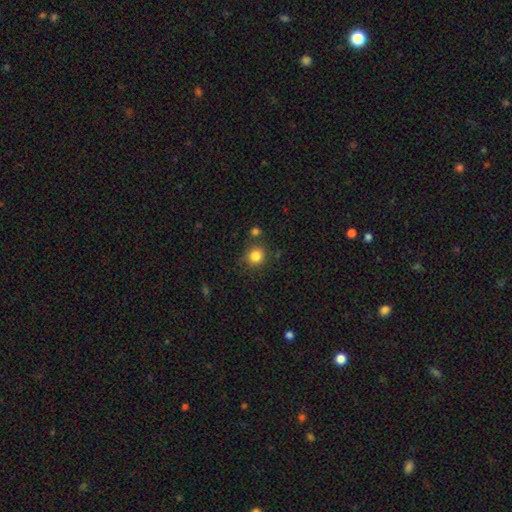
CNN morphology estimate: smooth_or_featured: smooth (p=0.83) [alt: star or artifact p=0.11]
how_rounded: round (p=0.89) [alt: in between p=0.10]
merging: none (p=0.79) [alt: minor disturbance p=0.11]